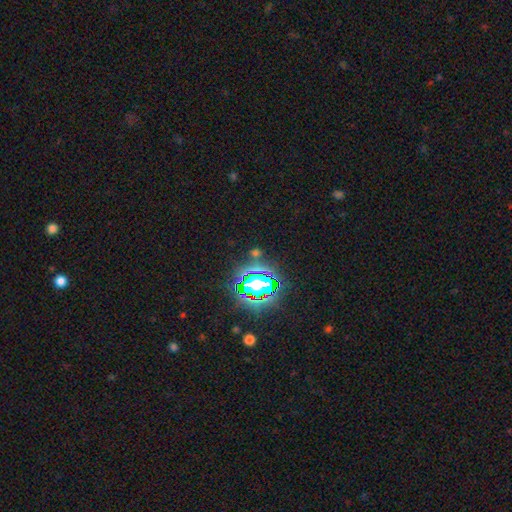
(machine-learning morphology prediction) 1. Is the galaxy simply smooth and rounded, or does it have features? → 74% star or artifact, 17% smooth, 9% featured or disk.